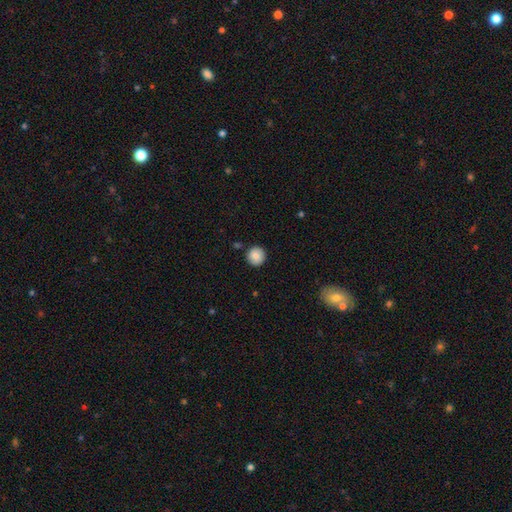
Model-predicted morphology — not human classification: A smooth galaxy with no disk features (87%) that is round (95%).

Vote fractions:
- Smooth or featured? smooth: 87% / star or artifact: 8% / featured or disk: 5%
- How rounded? round: 95% / in between: 4% / cigar-shaped: 1%
- Merging? none: 90% / minor disturbance: 6% / merger: 2% / major disturbance: 2%